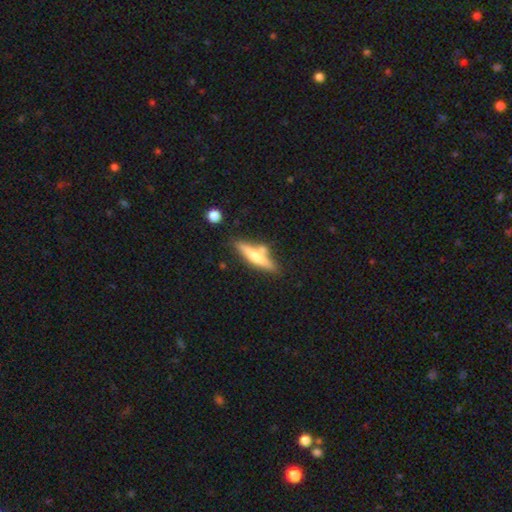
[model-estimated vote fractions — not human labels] smooth-or-featured: featured or disk: 54% | smooth: 40% | star or artifact: 6%
  disk-edge-on: yes: 94% | no: 6%
    edge-on-bulge: rounded: 86% | none: 7% | boxy: 6%
  merging: none: 71% | merger: 13% | minor disturbance: 13% | major disturbance: 3%